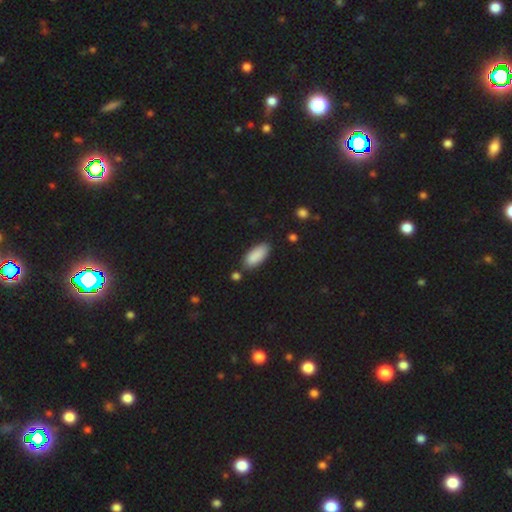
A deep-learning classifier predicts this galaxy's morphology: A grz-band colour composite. It shows a smooth galaxy with no disk features (89%) that is in between round and cigar-shaped (83%). Merging: none (79%).